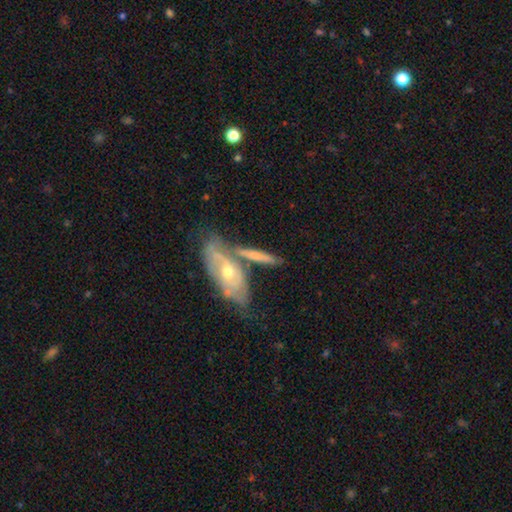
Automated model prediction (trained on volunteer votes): smooth-or-featured: featured or disk: 55% | smooth: 39% | star or artifact: 6%
  disk-edge-on: no: 52% | yes: 48%
  merging: none: 45% | merger: 34% | minor disturbance: 15% | major disturbance: 6%